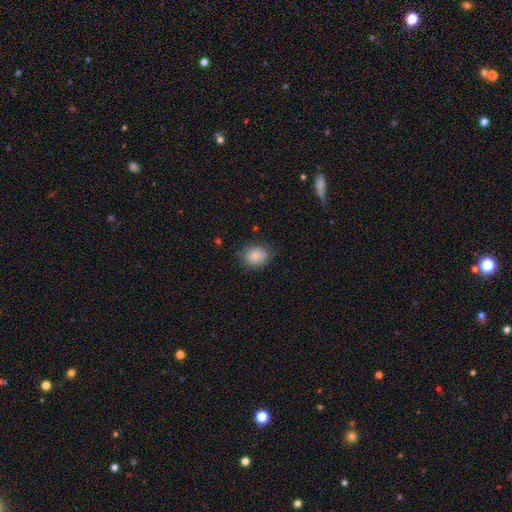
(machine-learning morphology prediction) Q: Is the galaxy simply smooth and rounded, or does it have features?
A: smooth — 84%.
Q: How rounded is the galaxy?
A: round — 55%.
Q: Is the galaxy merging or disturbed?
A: none — 80%.